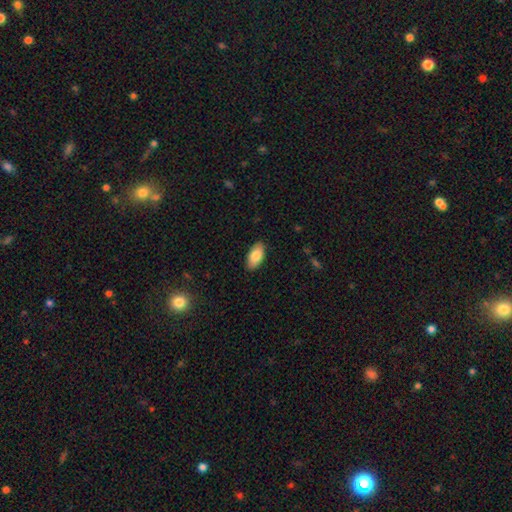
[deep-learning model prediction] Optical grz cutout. It shows a smooth galaxy with no disk features (83%) that is in between round and cigar-shaped (93%). Merging: none (88%).